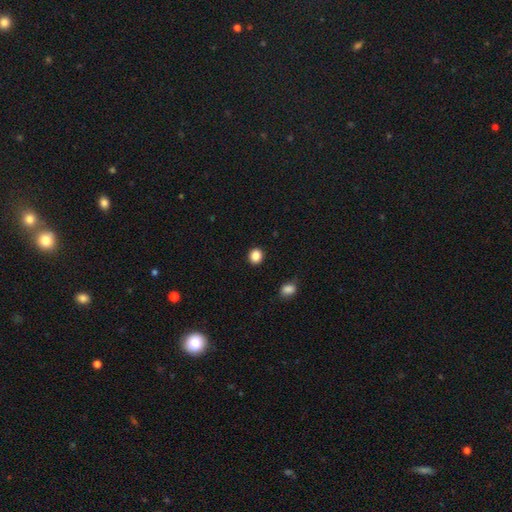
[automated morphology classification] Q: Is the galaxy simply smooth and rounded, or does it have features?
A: smooth — 86%.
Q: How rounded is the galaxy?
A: round — 79%.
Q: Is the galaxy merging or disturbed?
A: none — 91%.